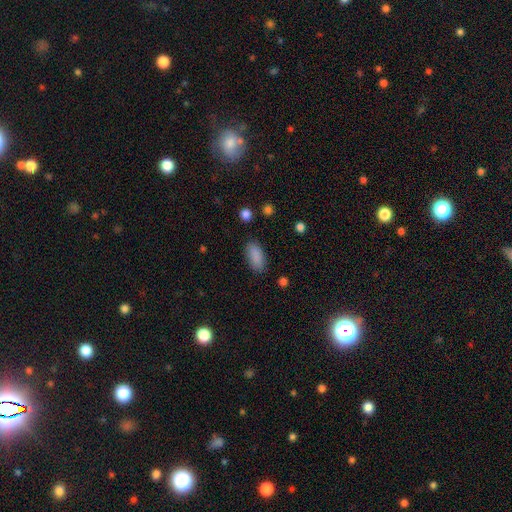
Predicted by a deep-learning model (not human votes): Overall: smooth (88%). How rounded: in between (88%). Merging: none (85%).